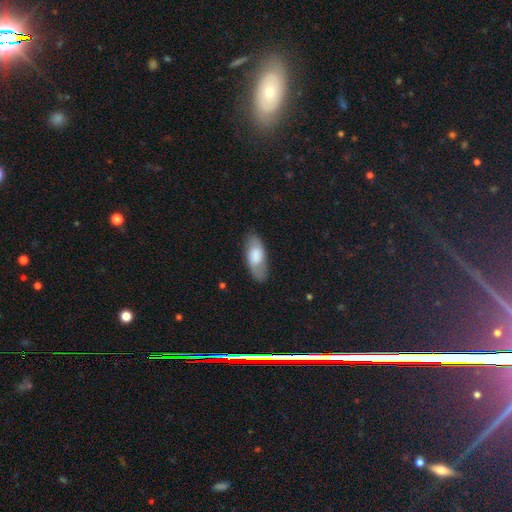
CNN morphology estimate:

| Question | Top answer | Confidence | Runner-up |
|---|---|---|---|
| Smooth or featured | smooth | 64% | featured or disk (30%) |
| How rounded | in between | 81% | cigar-shaped (16%) |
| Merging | none | 78% | minor disturbance (16%) |